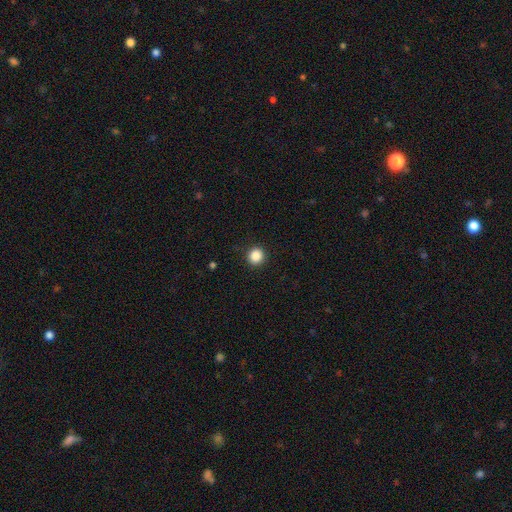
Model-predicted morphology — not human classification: smooth_or_featured: smooth (p=0.87) [alt: star or artifact p=0.10]
how_rounded: round (p=0.93) [alt: in between p=0.06]
merging: none (p=0.92) [alt: minor disturbance p=0.05]